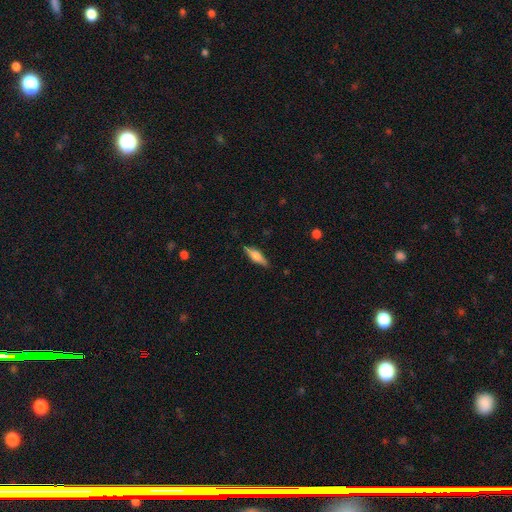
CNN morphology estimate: A featured or disk galaxy (48%). Merging: none (86%).